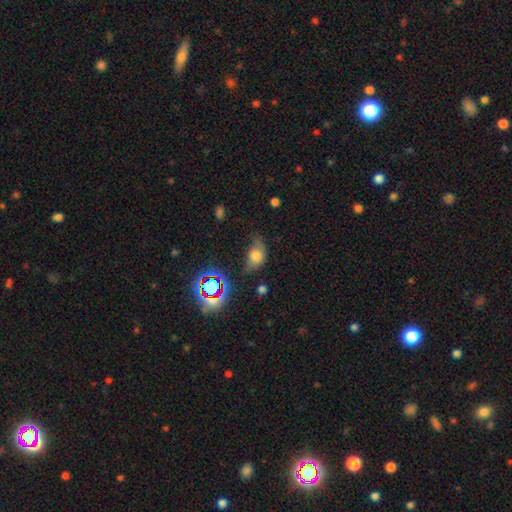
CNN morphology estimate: Smooth or featured? Predicted: smooth (p=0.65). How rounded? Predicted: in between (p=0.80). Merging? Predicted: none (p=0.39).